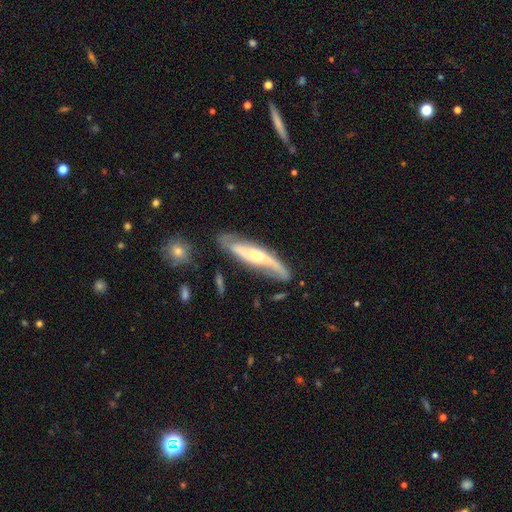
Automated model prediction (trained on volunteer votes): A featured or disk galaxy (77%) with no bar (40%), spiral arms (91%) and a moderate central bulge (59%). Merging: none (71%).